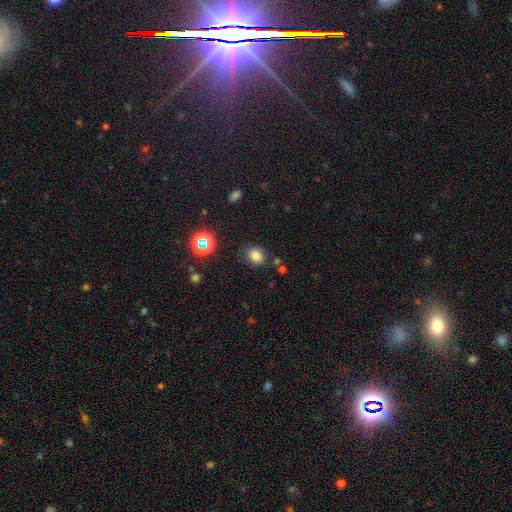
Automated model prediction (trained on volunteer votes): This appears to be a smooth galaxy with no disk features (77%) that is round (64%). Merging: none (81%).